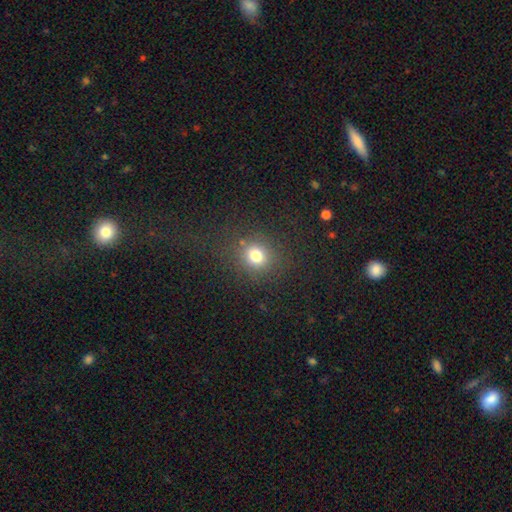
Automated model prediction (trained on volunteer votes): Q: Smooth or featured?
A: smooth (77%); runner-up: star or artifact (17%)
Q: How rounded?
A: round (79%); runner-up: in between (20%)
Q: Merging?
A: none (82%); runner-up: minor disturbance (9%)